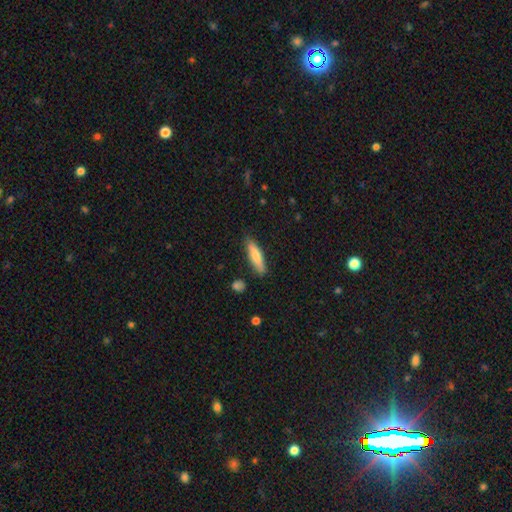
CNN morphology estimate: A smooth galaxy with no disk features (73%) that is cigar-shaped (70%).

Vote fractions:
- Smooth or featured? smooth: 73% / featured or disk: 21% / star or artifact: 6%
- How rounded? cigar-shaped: 70% / in between: 29% / round: 2%
- Merging? none: 84% / minor disturbance: 12% / major disturbance: 2% / merger: 2%